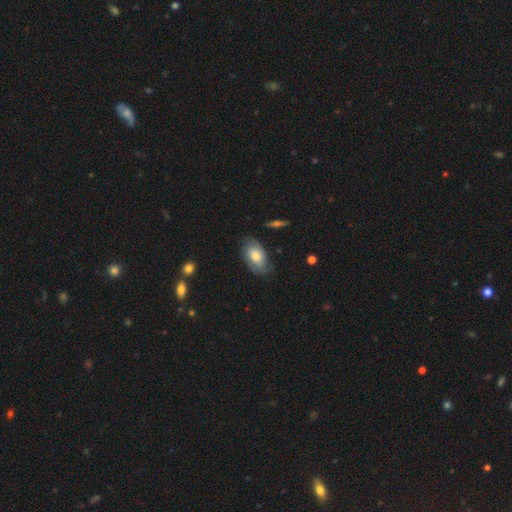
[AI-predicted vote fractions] Smooth or featured? Predicted: smooth (p=0.64). How rounded? Predicted: in between (p=0.92). Merging? Predicted: none (p=0.73).